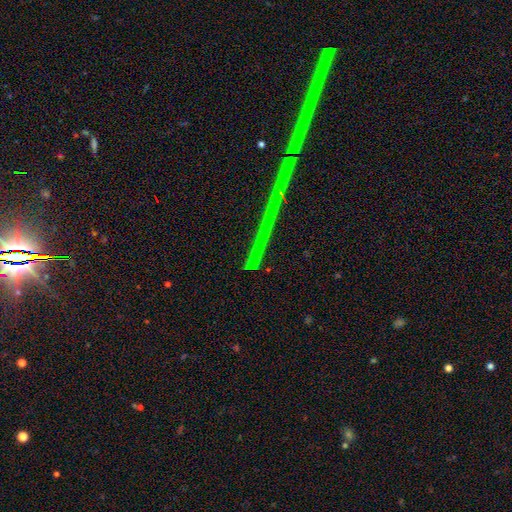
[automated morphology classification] This appears to be a star or artifact, not a galaxy (79%).